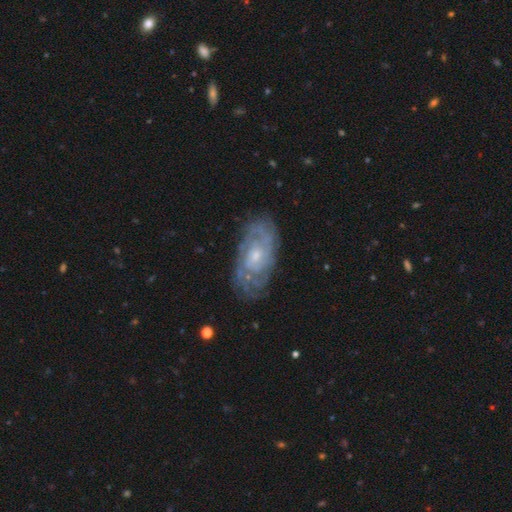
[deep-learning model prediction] Morphology: type=featured or disk (83%); edge-on=no (94%); bar=no (73%); spiral arms=yes (93%); winding=tight (71%); arm count=can't tell (45%); bulge=small (62%); merging=none (77%).